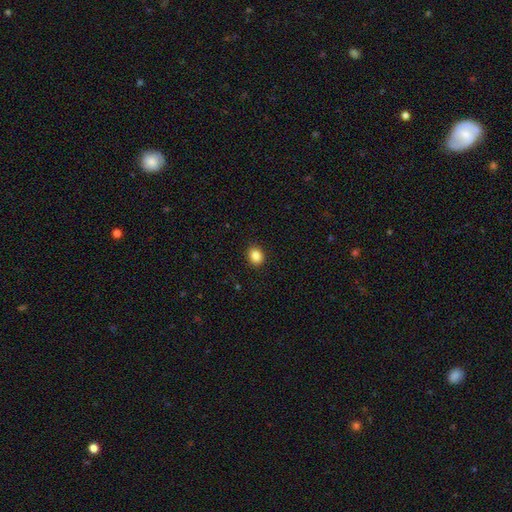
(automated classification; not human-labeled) smooth 86%, star or artifact 10%, featured or disk 4%. Down the decision tree: how rounded — round (57%); merging — none (91%).